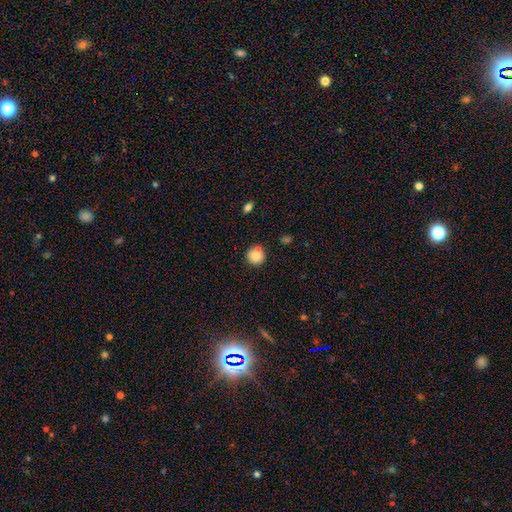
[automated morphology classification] smooth_or_featured: smooth (p=0.83) [alt: star or artifact p=0.09]
how_rounded: round (p=0.91) [alt: in between p=0.08]
merging: none (p=0.68) [alt: merger p=0.16]